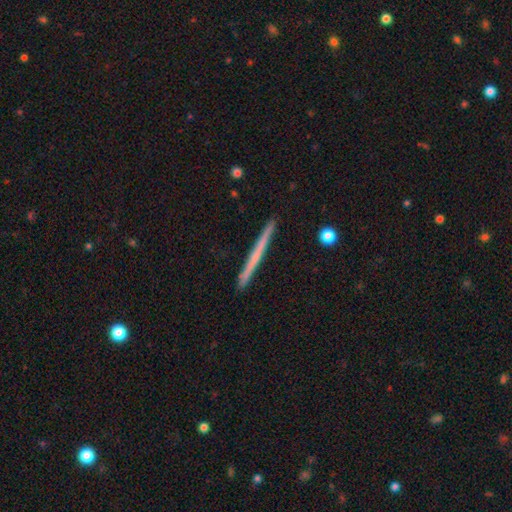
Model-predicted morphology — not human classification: Smooth or featured?
  - featured or disk: 55% *
  - smooth: 40%
  - star or artifact: 6%
Edge-on disk?
  - yes: 98% *
  - no: 2%
Edge-on bulge?
  - none: 79% *
  - rounded: 17%
  - boxy: 4%
Merging?
  - none: 93% *
  - minor disturbance: 5%
  - merger: 1%
  - major disturbance: 1%